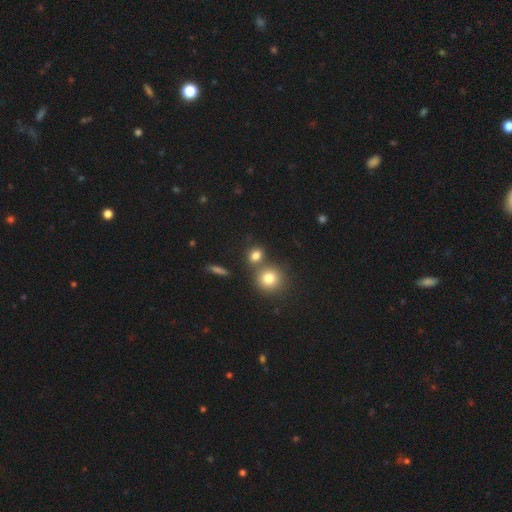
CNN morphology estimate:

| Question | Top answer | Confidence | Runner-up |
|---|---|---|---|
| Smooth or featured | smooth | 78% | star or artifact (14%) |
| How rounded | round | 66% | in between (32%) |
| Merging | none | 60% | merger (27%) |